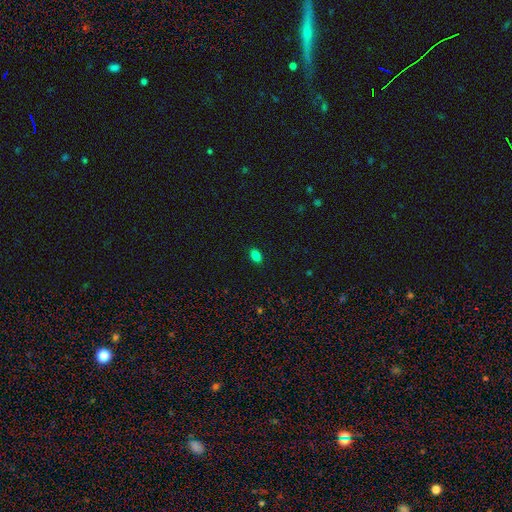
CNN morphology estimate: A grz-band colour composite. It shows a smooth galaxy with no disk features (84%) that is in between round and cigar-shaped (86%). Merging: none (89%).